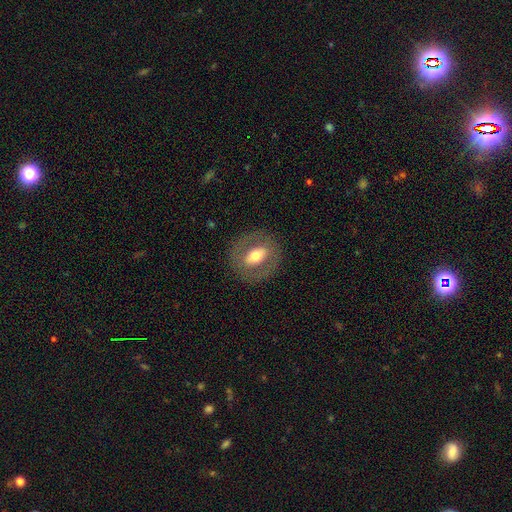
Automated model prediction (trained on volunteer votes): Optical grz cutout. It shows a featured or disk galaxy (48%). Merging: none (83%).